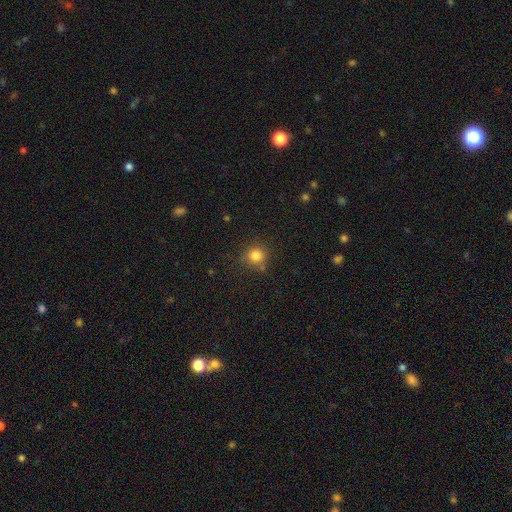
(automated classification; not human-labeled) smooth_or_featured: smooth (p=0.82) [alt: star or artifact p=0.13]
how_rounded: round (p=0.91) [alt: in between p=0.08]
merging: none (p=0.77) [alt: minor disturbance p=0.14]